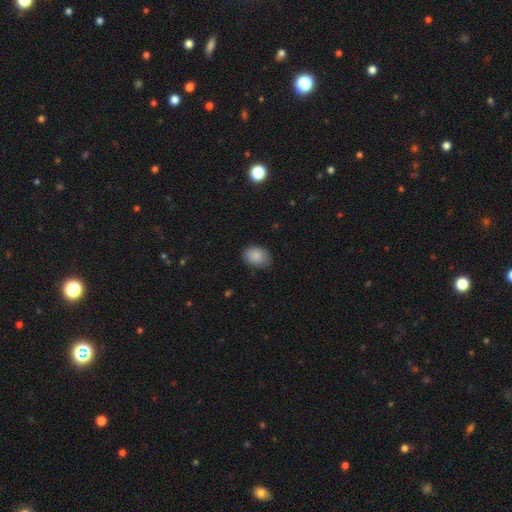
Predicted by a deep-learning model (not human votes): smooth_or_featured: smooth (p=0.87) [alt: star or artifact p=0.08]
how_rounded: in between (p=0.74) [alt: round p=0.25]
merging: none (p=0.79) [alt: minor disturbance p=0.17]